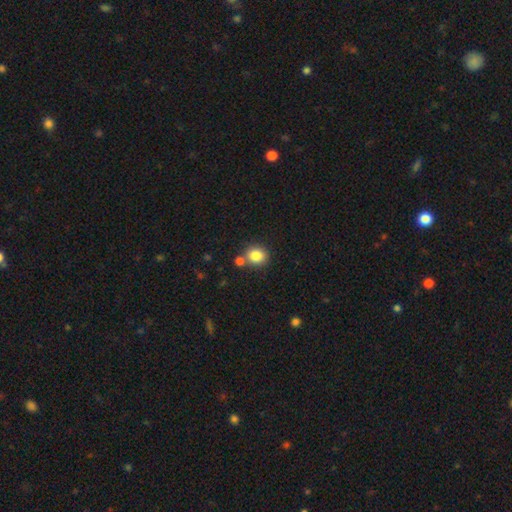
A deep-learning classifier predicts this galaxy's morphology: Overall: smooth (83%). How rounded: round (77%). Merging: none (70%).